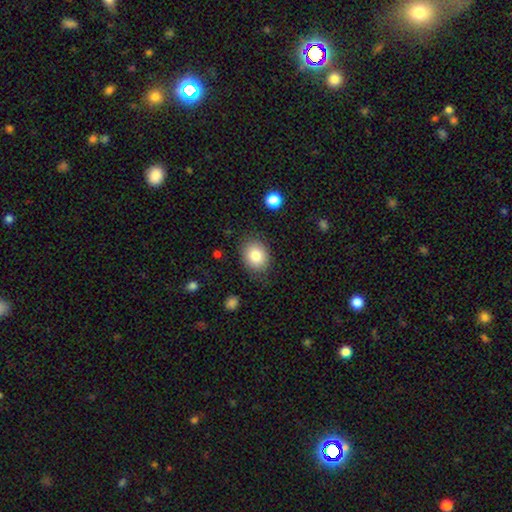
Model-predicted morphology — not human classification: Smooth or featured?
  - smooth: 84% *
  - star or artifact: 8%
  - featured or disk: 8%
How rounded?
  - round: 53% *
  - in between: 47%
  - cigar-shaped: 1%
Merging?
  - none: 83% *
  - minor disturbance: 12%
  - major disturbance: 4%
  - merger: 1%